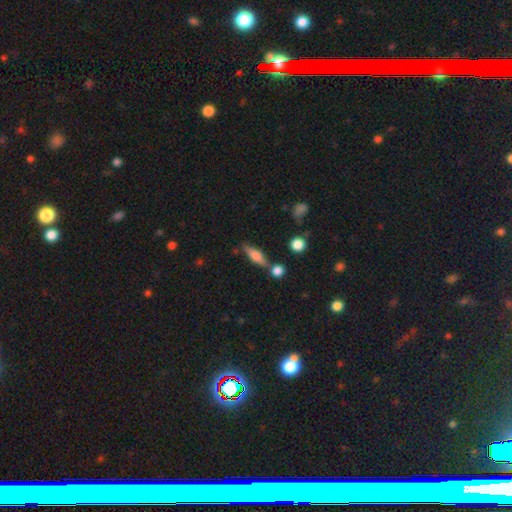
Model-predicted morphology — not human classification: This appears to be a smooth galaxy with no disk features (54%) that is cigar-shaped (55%). Merging: none (67%).